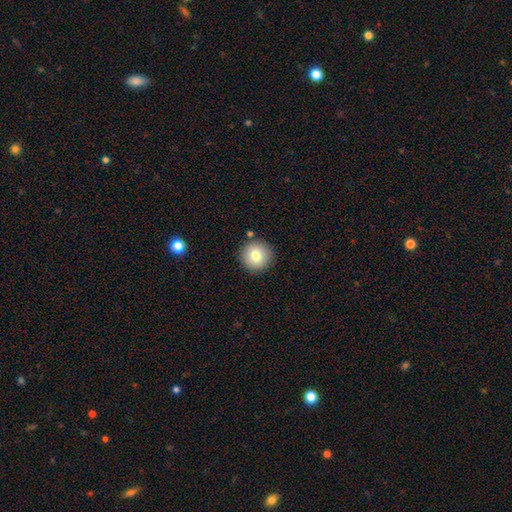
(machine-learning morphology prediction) This is likely a smooth galaxy (79%). How rounded: clearly round (94%). Merging: clearly none (88%).